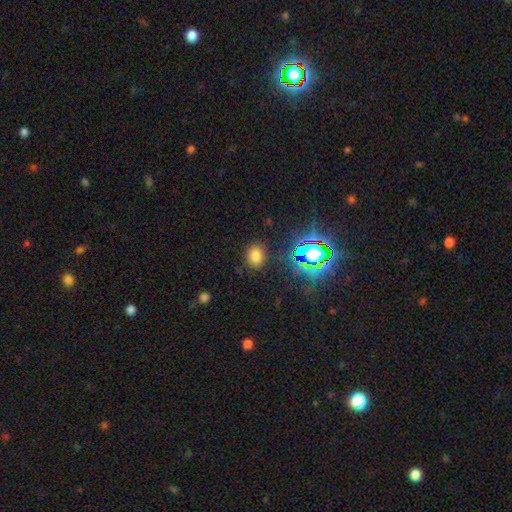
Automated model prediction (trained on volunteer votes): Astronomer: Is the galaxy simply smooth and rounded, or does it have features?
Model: smooth — 71%.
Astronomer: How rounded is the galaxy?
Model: in between — 60% (runner-up: round, 38%).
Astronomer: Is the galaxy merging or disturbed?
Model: none — 83%.